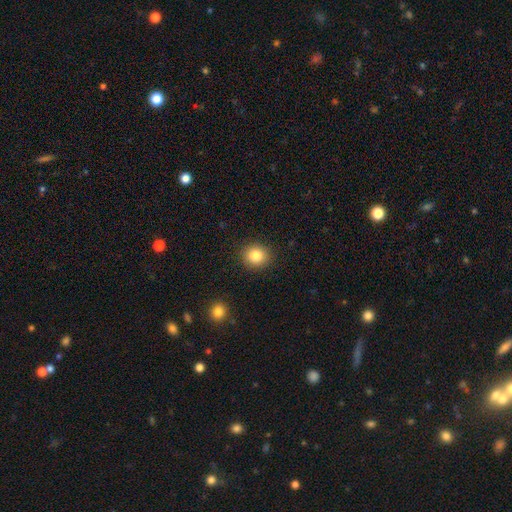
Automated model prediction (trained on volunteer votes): Smooth or featured? Predicted: smooth (p=0.82). How rounded? Predicted: round (p=0.85). Merging? Predicted: none (p=0.90).